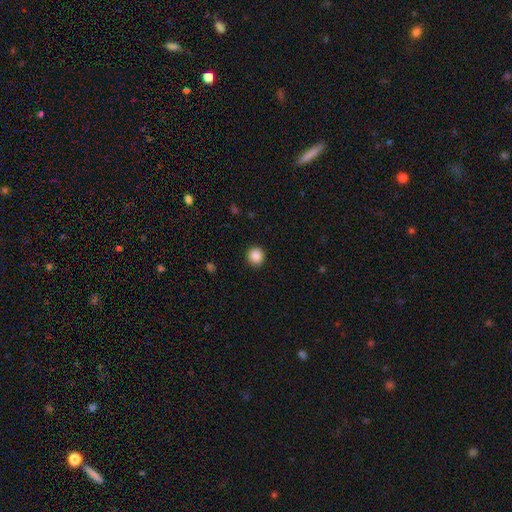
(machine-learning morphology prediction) A smooth galaxy with no disk features (88%) that is round (90%).

Vote fractions:
- Smooth or featured? smooth: 88% / star or artifact: 9% / featured or disk: 3%
- How rounded? round: 90% / in between: 9% / cigar-shaped: 1%
- Merging? none: 91% / minor disturbance: 6% / major disturbance: 2% / merger: 1%